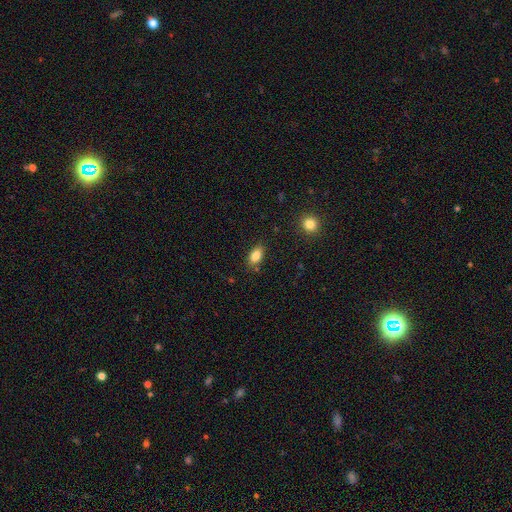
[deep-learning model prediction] Smooth or featured?
  - smooth: 84% *
  - star or artifact: 9%
  - featured or disk: 7%
How rounded?
  - in between: 88% *
  - round: 7%
  - cigar-shaped: 4%
Merging?
  - none: 81% *
  - minor disturbance: 13%
  - major disturbance: 3%
  - merger: 3%